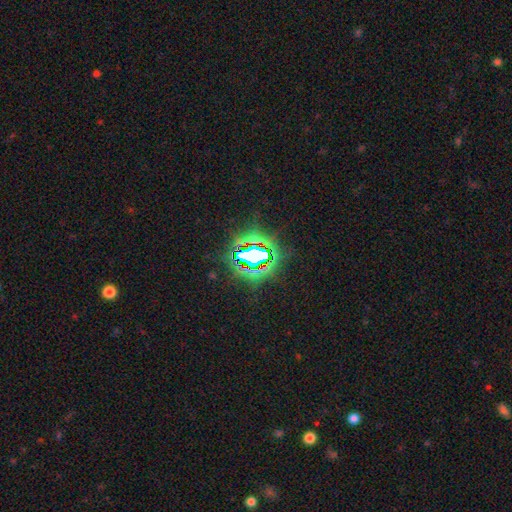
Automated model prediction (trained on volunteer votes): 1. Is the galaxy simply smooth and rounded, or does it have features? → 75% star or artifact, 14% smooth, 11% featured or disk.